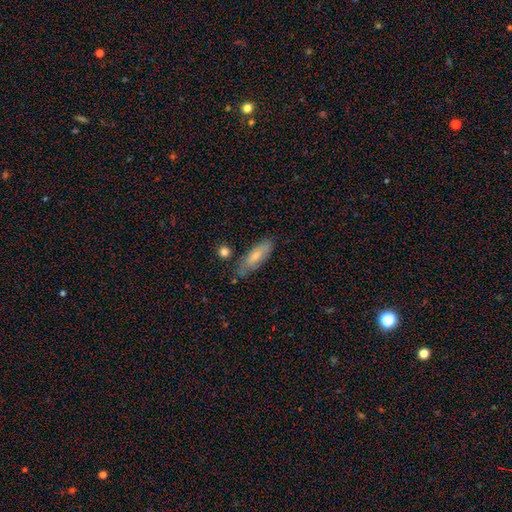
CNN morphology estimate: This appears to be a smooth galaxy with no disk features (67%) that is in between round and cigar-shaped (56%). Merging: none (69%).